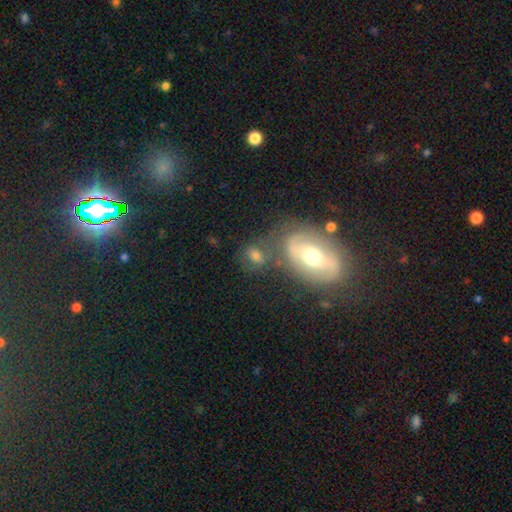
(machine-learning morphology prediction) Q: Smooth or featured?
A: smooth (52%); runner-up: featured or disk (34%)
Q: How rounded?
A: in between (62%); runner-up: round (35%)
Q: Merging?
A: none (47%); runner-up: merger (26%)